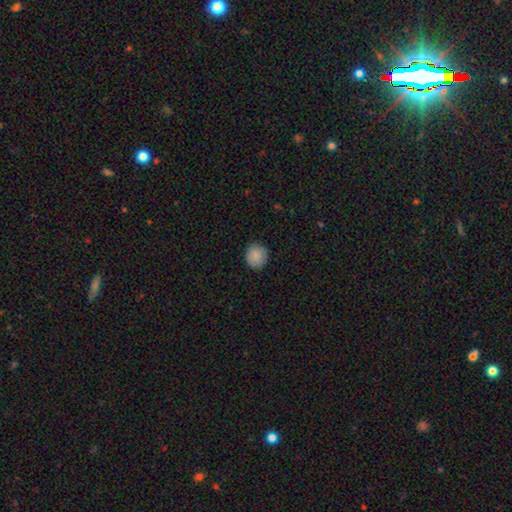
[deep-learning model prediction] smooth 88%, star or artifact 8%, featured or disk 4%. Down the decision tree: how rounded — round (88%); merging — none (89%).